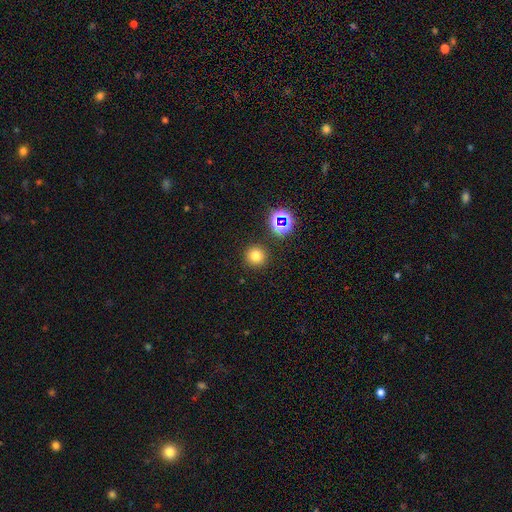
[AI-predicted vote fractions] A smooth galaxy with no disk features (74%) that is round (95%). Merging: none (89%).